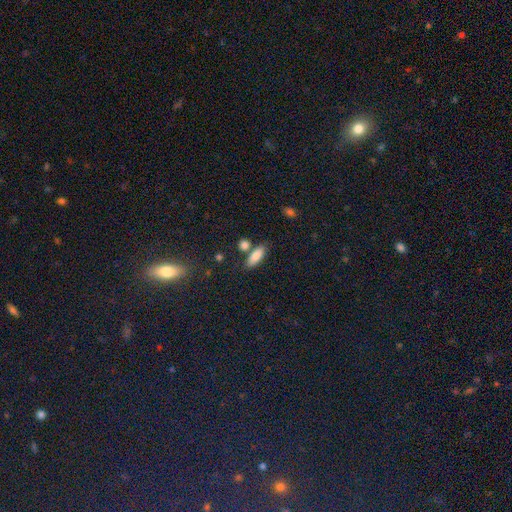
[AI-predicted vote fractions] Smooth or featured? smooth (83%)
How rounded? in between (66%)
Merging? none (71%)